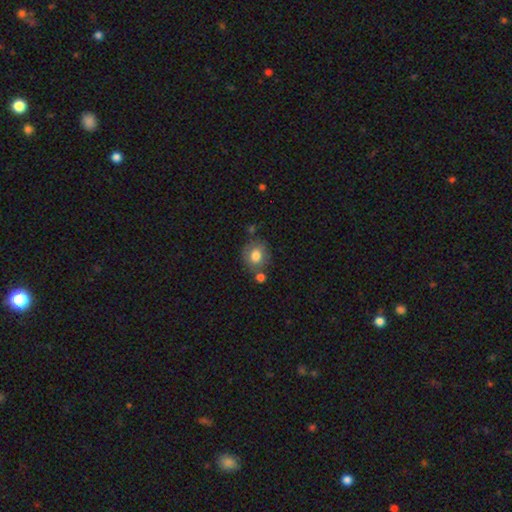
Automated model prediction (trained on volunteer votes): Overall: smooth (77%). How rounded: round (73%). Merging: none (67%).